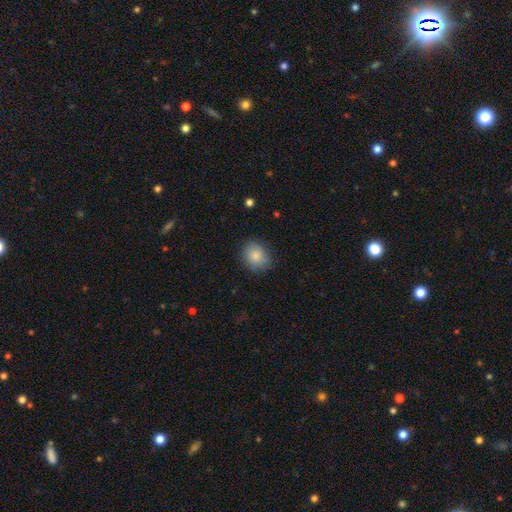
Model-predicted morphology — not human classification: type=smooth (86%); roundness=round (64%); merging=none (79%).